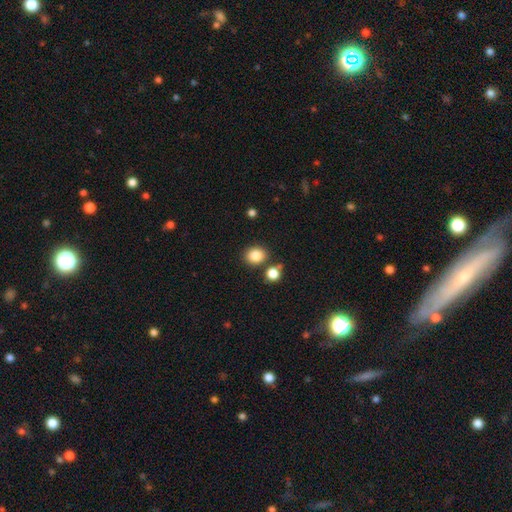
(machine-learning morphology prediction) type=smooth (85%); roundness=round (68%); merging=none (79%).